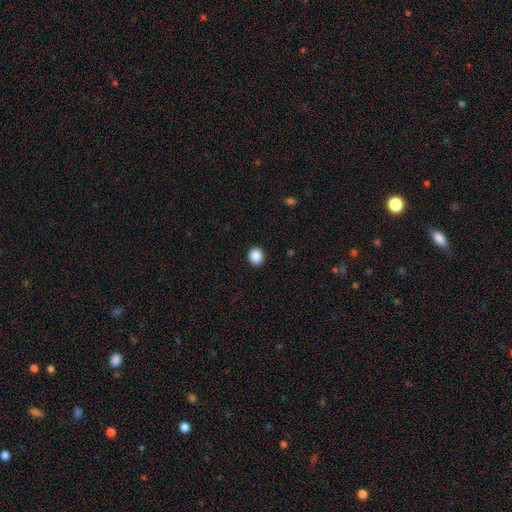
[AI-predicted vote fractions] Smooth or featured? smooth (88%)
How rounded? round (74%)
Merging? none (92%)